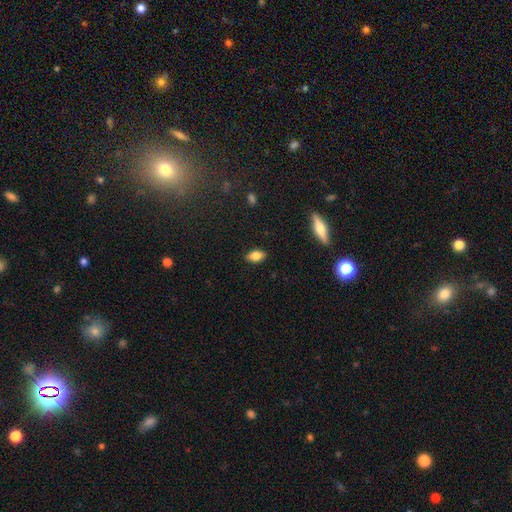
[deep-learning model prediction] This is clearly a smooth galaxy (80%). How rounded: clearly in between (88%). Merging: clearly none (88%).